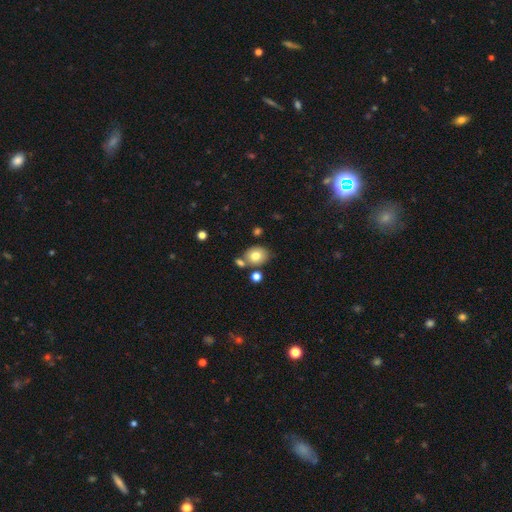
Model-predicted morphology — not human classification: type=smooth (75%); roundness=round (55%); merging=none (65%).